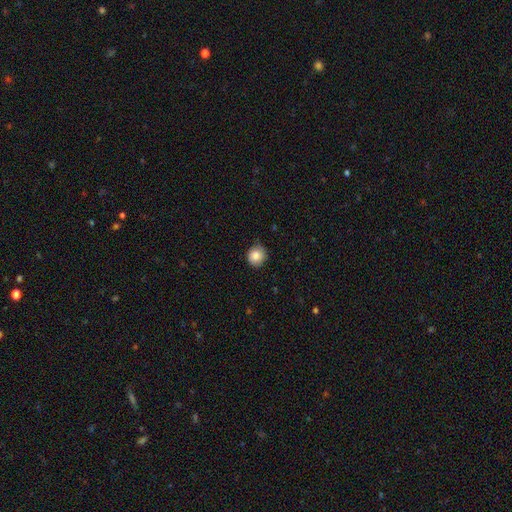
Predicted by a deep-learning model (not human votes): Smooth or featured? smooth (86%)
How rounded? round (87%)
Merging? none (78%)